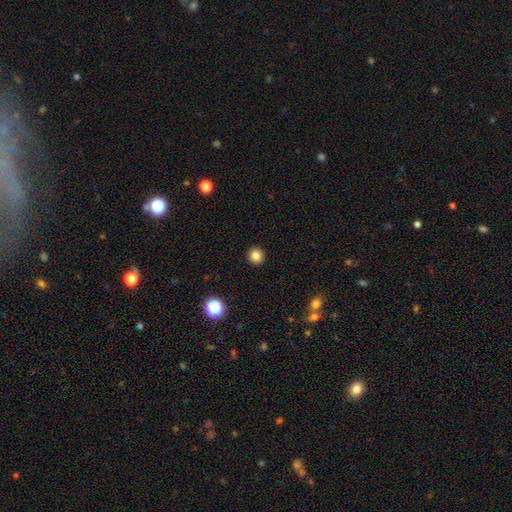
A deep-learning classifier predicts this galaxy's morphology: This appears to be a smooth galaxy with no disk features (84%) that is round (93%). Merging: none (93%).